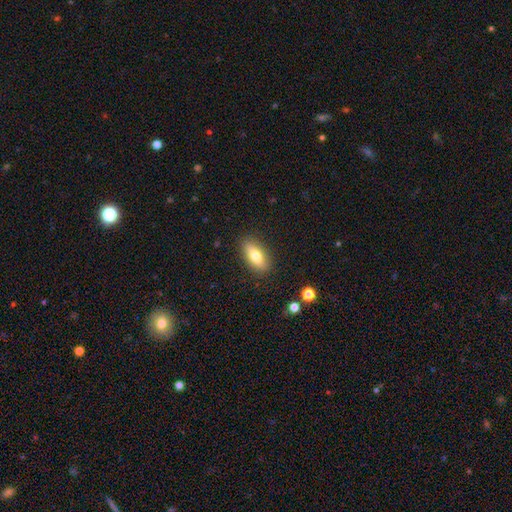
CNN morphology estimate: Smooth or featured: smooth — 72% (featured or disk — 21%)
How rounded: in between — 80% (cigar-shaped — 16%)
Merging: none — 87% (minor disturbance — 9%)